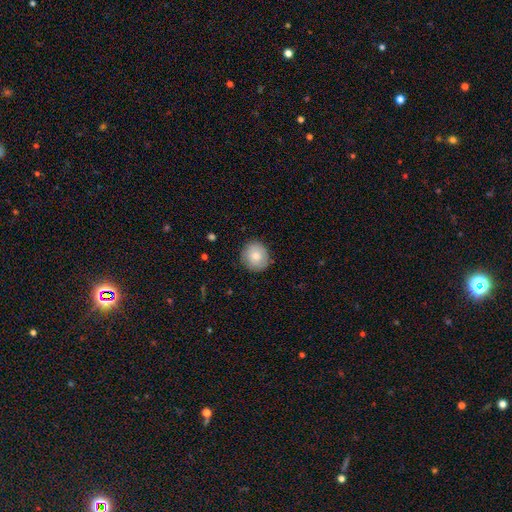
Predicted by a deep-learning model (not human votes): Overall: smooth (80%). How rounded: round (86%). Merging: none (85%).